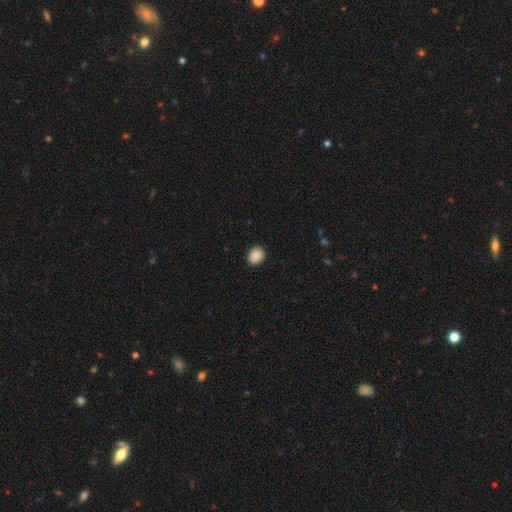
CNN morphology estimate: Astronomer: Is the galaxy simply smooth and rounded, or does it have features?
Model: smooth — 90%.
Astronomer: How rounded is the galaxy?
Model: round — 65%.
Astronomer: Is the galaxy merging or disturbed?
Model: none — 91%.